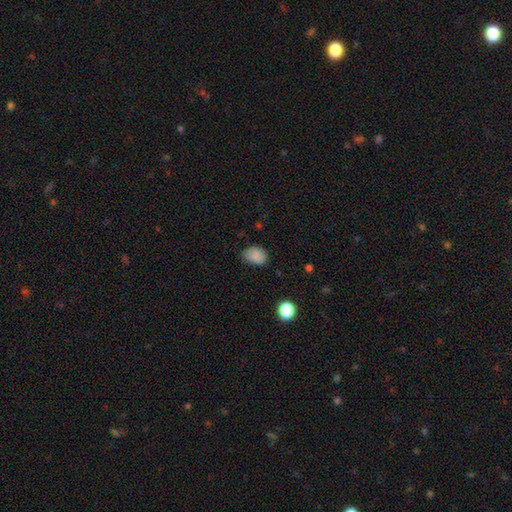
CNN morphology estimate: Smooth or featured? Predicted: smooth (p=0.85). How rounded? Predicted: in between (p=0.78). Merging? Predicted: none (p=0.71).